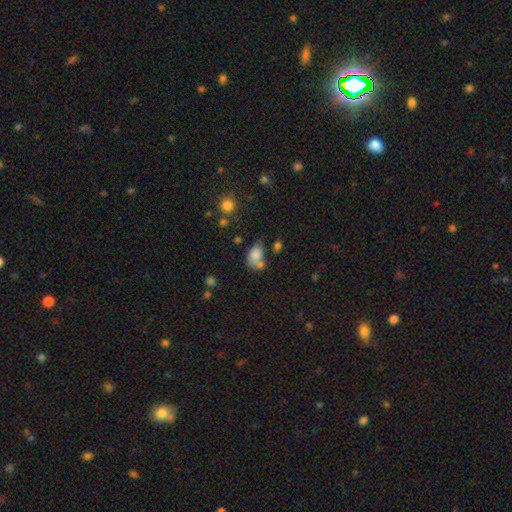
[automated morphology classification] Q: Smooth or featured?
A: smooth (79%); runner-up: featured or disk (11%)
Q: How rounded?
A: in between (86%); runner-up: round (12%)
Q: Merging?
A: none (36%); runner-up: merger (29%)